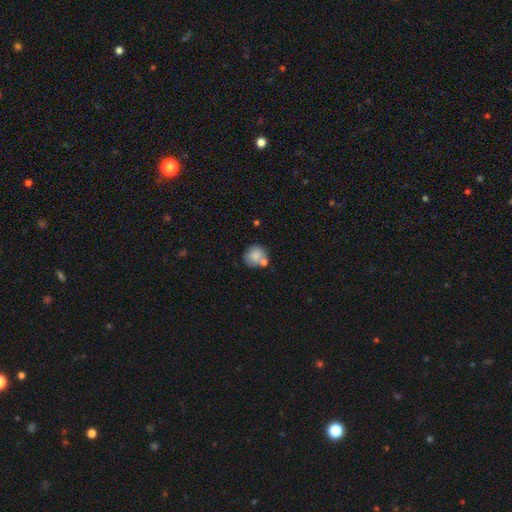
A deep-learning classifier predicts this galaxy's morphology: smooth 80%, featured or disk 12%, star or artifact 8%. Down the decision tree: how rounded — round (80%); merging — none (57%).